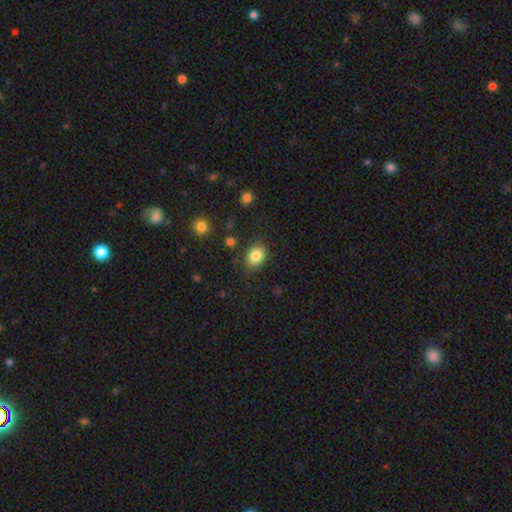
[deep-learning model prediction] This is clearly a smooth galaxy (84%). How rounded: likely in between (64%). Merging: clearly none (82%).